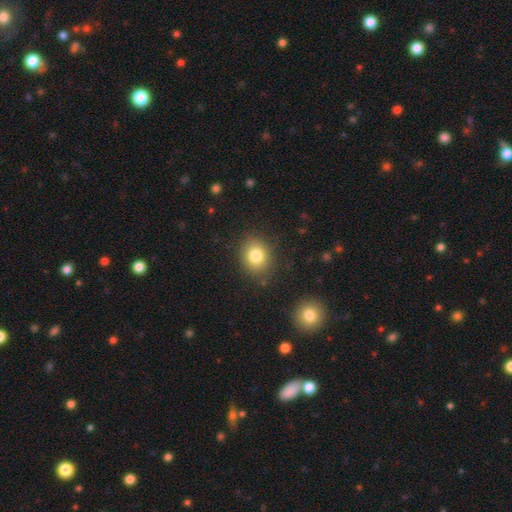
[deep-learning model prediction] Smooth or featured? smooth (80%)
How rounded? round (56%)
Merging? none (82%)